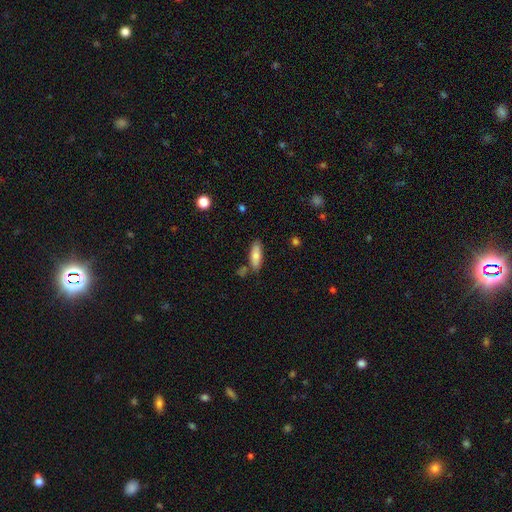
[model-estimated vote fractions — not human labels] A smooth galaxy with no disk features (77%) that is in between round and cigar-shaped (65%). Merging: none (74%).